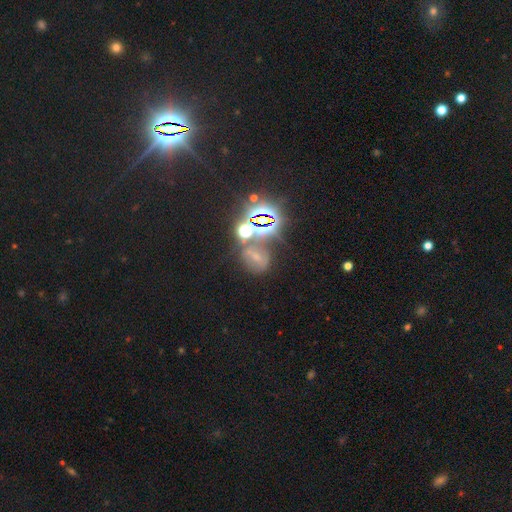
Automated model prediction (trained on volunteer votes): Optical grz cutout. It shows a star or artifact, not a galaxy (51%).